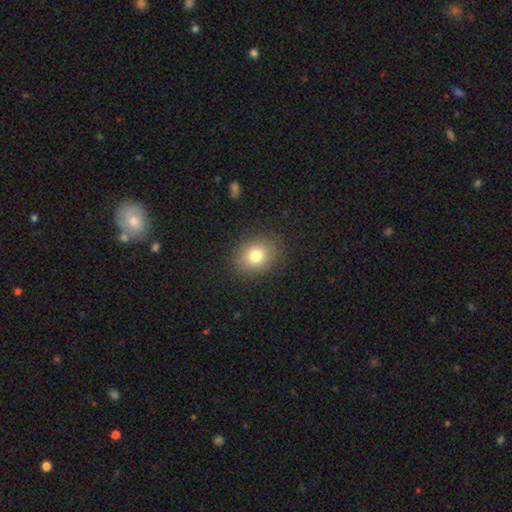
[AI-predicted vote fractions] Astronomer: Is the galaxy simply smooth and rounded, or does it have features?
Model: smooth — 79%.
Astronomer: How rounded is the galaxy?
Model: round — 55% (runner-up: in between, 44%).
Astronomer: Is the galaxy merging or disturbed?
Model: none — 87%.